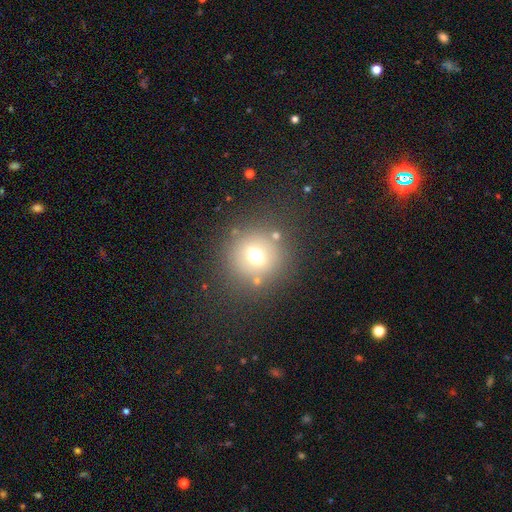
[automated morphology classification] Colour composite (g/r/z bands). It shows a smooth galaxy with no disk features (65%) that is round (91%). Merging: none (78%).